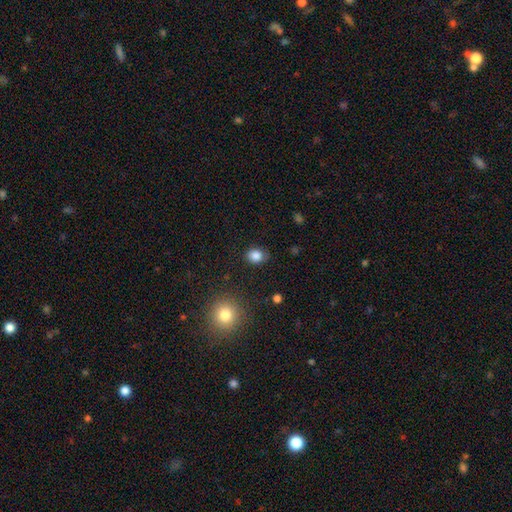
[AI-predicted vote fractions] smooth 84%, star or artifact 11%, featured or disk 5%. Down the decision tree: how rounded — round (55%); merging — none (78%).